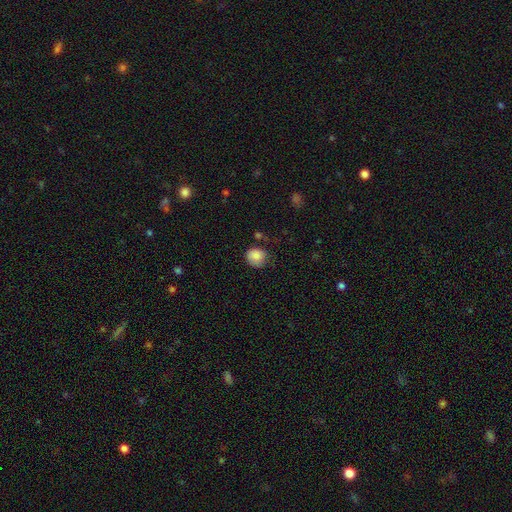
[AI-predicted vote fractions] This is clearly a smooth galaxy (84%). How rounded: clearly round (82%). Merging: likely none (66%).